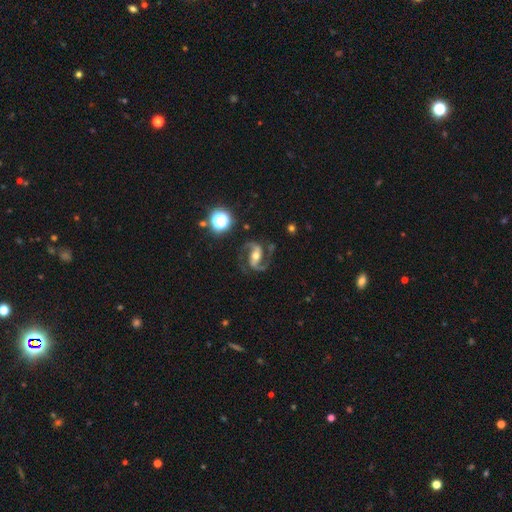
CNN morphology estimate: featured or disk 88%, star or artifact 7%, smooth 5%. Down the decision tree: edge-on disk — no (97%); bar — strong (44%); spiral arms — yes (98%); spiral arm count — 2 (94%); spiral winding — medium (58%); bulge size — moderate (65%); merging — none (78%).